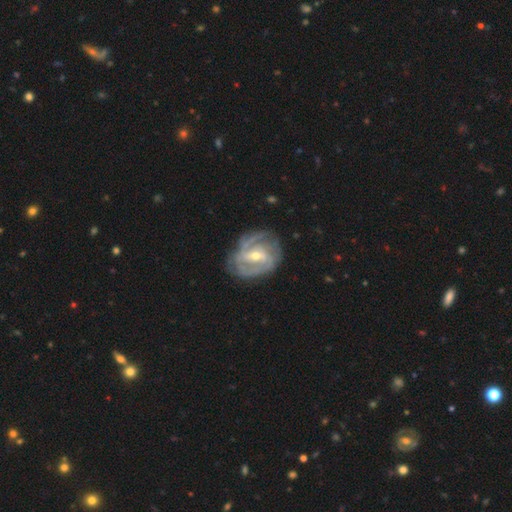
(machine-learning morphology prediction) Smooth or featured?
  - featured or disk: 89% *
  - smooth: 7%
  - star or artifact: 5%
Edge-on disk?
  - no: 97% *
  - yes: 3%
Bar?
  - weak: 47% *
  - strong: 34%
  - no: 19%
Spiral arms?
  - yes: 95% *
  - no: 5%
Spiral winding?
  - tight: 52% *
  - medium: 39%
  - loose: 10%
Spiral arm count?
  - 2: 42% *
  - 3: 24%
  - can't tell: 19%
  - 4: 7%
  - 1: 4%
  - more than 4: 4%
Bulge size?
  - moderate: 52% *
  - small: 45%
  - large: 2%
  - none: 1%
  - dominant: 1%
Merging?
  - none: 71% *
  - minor disturbance: 19%
  - major disturbance: 8%
  - merger: 2%